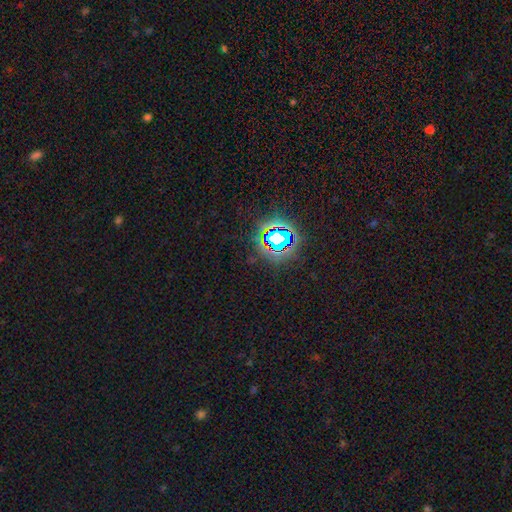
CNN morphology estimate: Smooth or featured? star or artifact (79%)